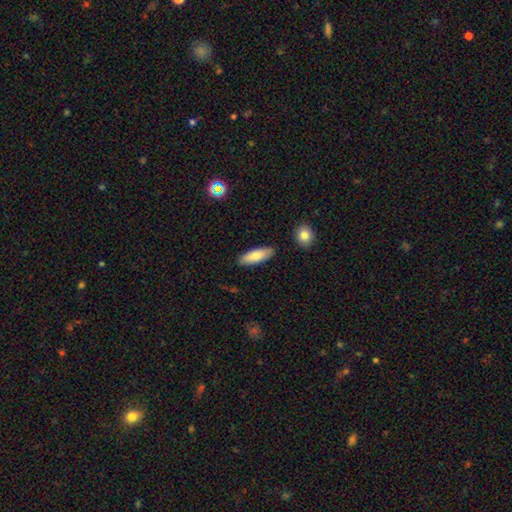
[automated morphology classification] smooth 81%, featured or disk 13%, star or artifact 6%. Down the decision tree: how rounded — in between (58%); merging — none (87%).